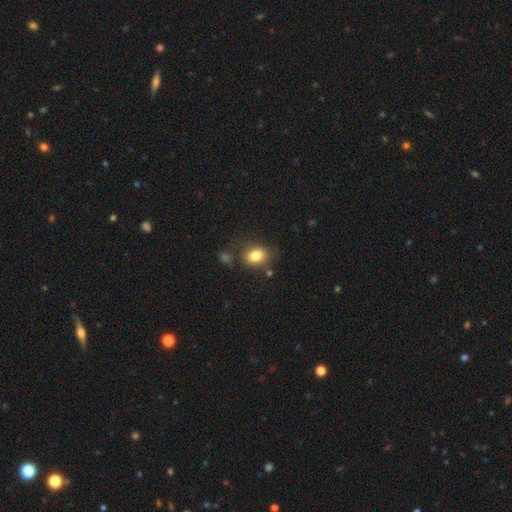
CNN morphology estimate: This appears to be a smooth galaxy with no disk features (81%) that is in between round and cigar-shaped (53%). Merging: none (74%).